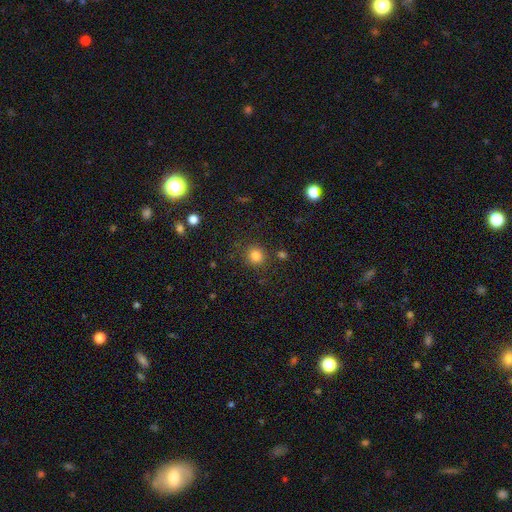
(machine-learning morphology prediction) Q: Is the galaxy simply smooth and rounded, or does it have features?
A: smooth — 82%.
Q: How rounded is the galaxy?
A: round — 88%.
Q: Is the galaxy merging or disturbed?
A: none — 85%.